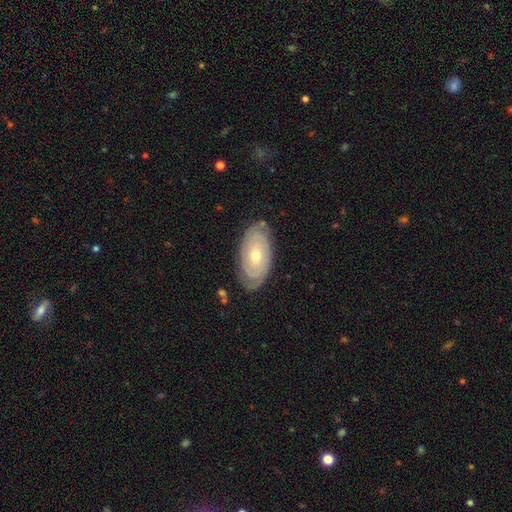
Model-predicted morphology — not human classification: Smooth or featured: featured or disk — 78% (smooth — 17%)
Edge-on disk: no — 93% (yes — 7%)
Bar: no — 79% (weak — 17%)
Spiral arms: yes — 88% (no — 12%)
Spiral winding: tight — 82% (medium — 14%)
Spiral arm count: 2 — 49% (can't tell — 34%)
Bulge size: moderate — 49% (small — 47%)
Merging: none — 81% (minor disturbance — 14%)